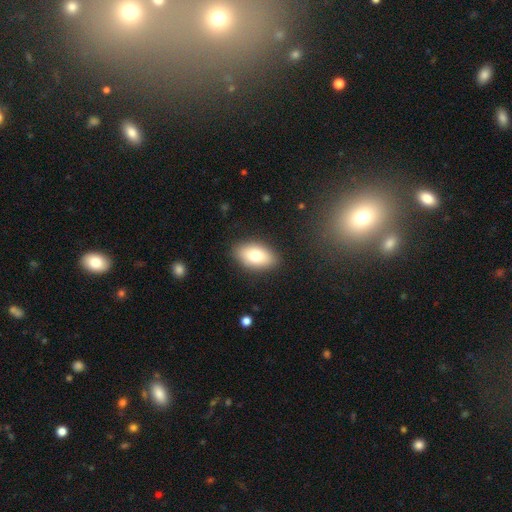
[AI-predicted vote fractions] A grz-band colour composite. It shows a smooth galaxy with no disk features (78%) that is in between round and cigar-shaped (92%). Merging: none (87%).